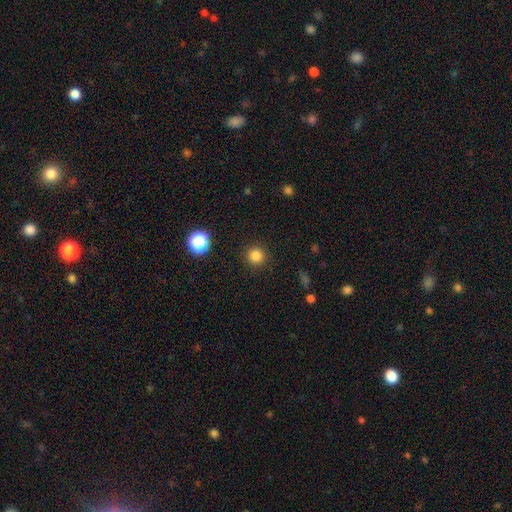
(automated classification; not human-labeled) Morphology: type=smooth (83%); roundness=round (95%); merging=none (92%).